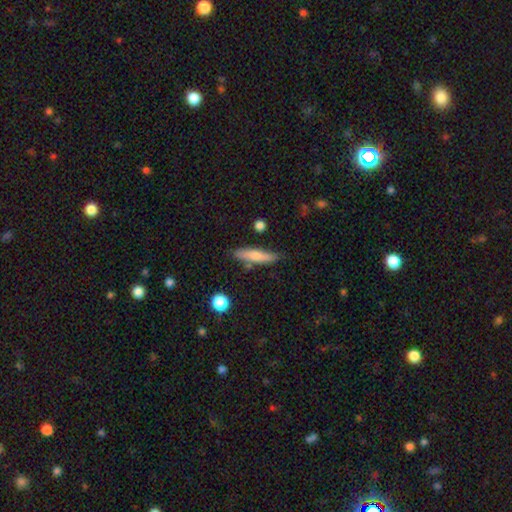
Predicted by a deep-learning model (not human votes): smooth_or_featured: smooth (p=0.68) [alt: featured or disk p=0.26]
how_rounded: cigar-shaped (p=0.80) [alt: in between p=0.18]
merging: none (p=0.77) [alt: minor disturbance p=0.15]